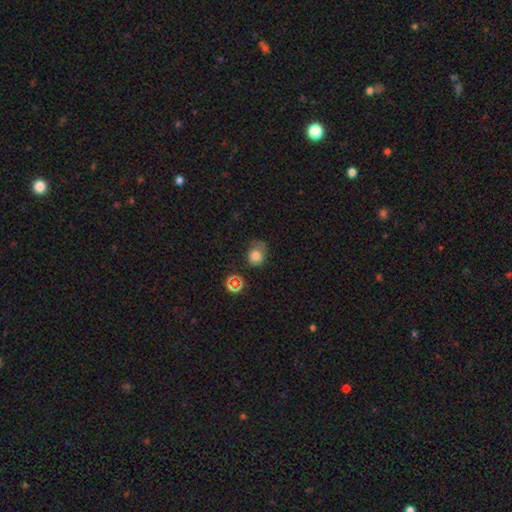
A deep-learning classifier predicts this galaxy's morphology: The model was most divided on "merging": none: 44%, minor disturbance: 33%, major disturbance: 19%, merger: 4%. More confident: smooth or featured — smooth (75%); how rounded — round (69%).